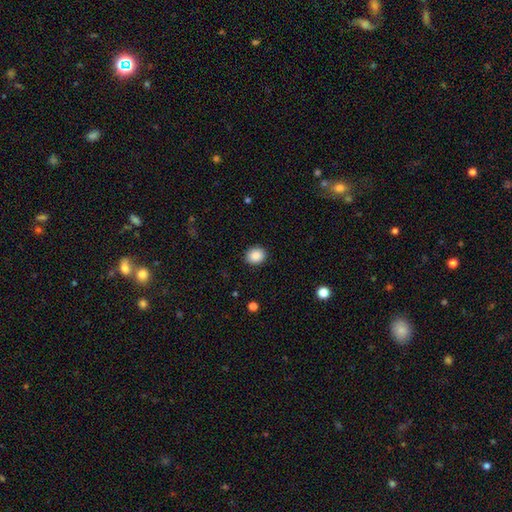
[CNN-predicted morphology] smooth_or_featured: smooth (p=0.87) [alt: star or artifact p=0.09]
how_rounded: round (p=0.66) [alt: in between p=0.34]
merging: none (p=0.91) [alt: minor disturbance p=0.07]